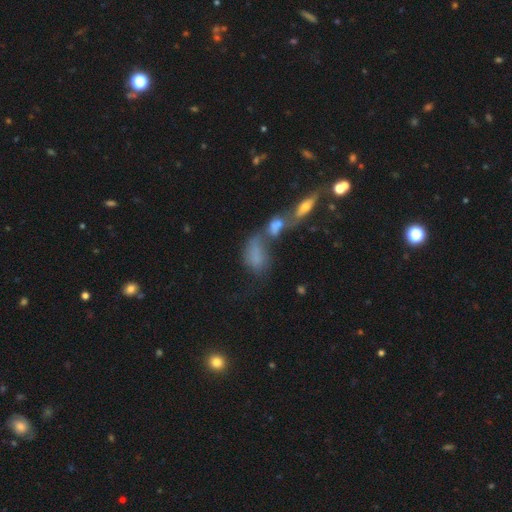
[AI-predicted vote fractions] smooth 61%, featured or disk 25%, star or artifact 14%. Down the decision tree: how rounded — in between (84%); merging — merger (60%).